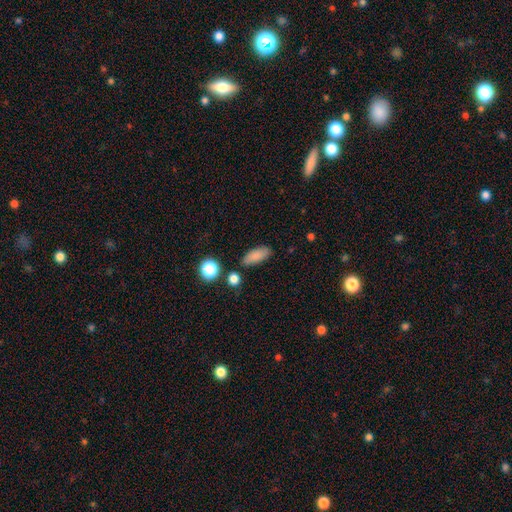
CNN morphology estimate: This appears to be a smooth galaxy with no disk features (84%) that is in between round and cigar-shaped (77%). Merging: none (81%).